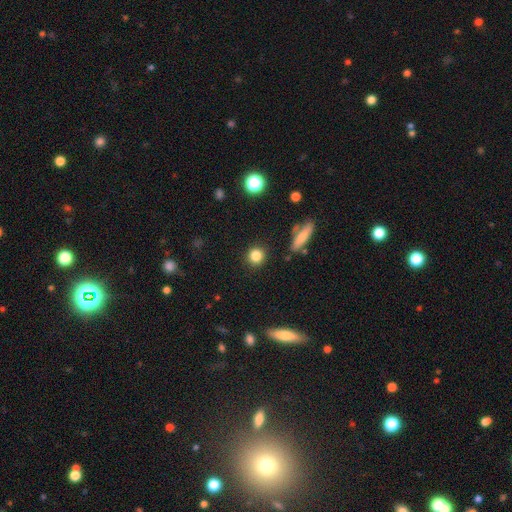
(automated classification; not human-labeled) Q: Smooth or featured?
A: smooth (83%); runner-up: star or artifact (11%)
Q: How rounded?
A: round (89%); runner-up: in between (9%)
Q: Merging?
A: none (89%); runner-up: minor disturbance (7%)